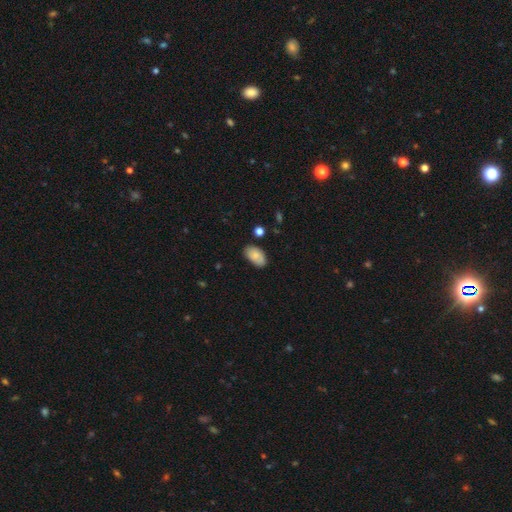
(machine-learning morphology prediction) A smooth galaxy with no disk features (81%) that is in between round and cigar-shaped (94%). Merging: none (75%).